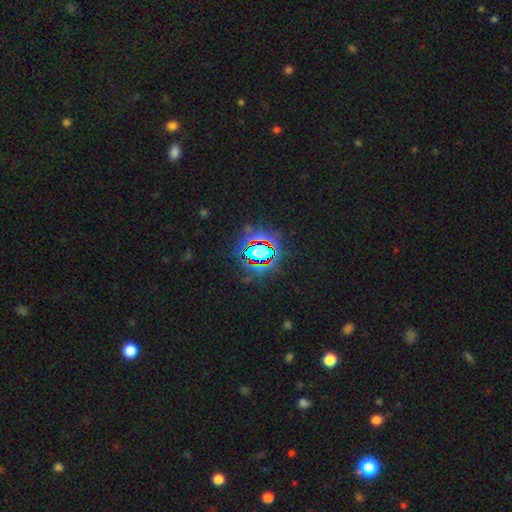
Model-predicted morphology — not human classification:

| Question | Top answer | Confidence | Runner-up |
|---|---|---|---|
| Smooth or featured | star or artifact | 74% | smooth (15%) |